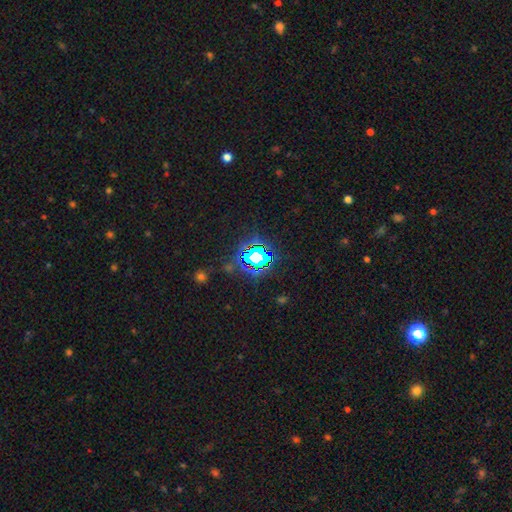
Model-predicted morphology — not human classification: Overall: star or artifact (70%).